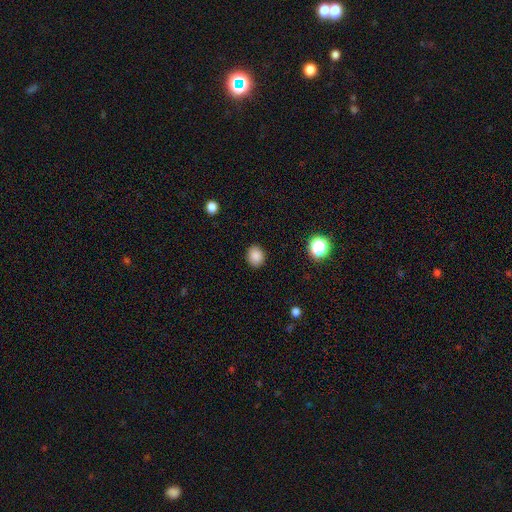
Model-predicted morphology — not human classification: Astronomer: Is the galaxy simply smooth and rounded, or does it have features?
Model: smooth — 86%.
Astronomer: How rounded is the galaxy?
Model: round — 65%.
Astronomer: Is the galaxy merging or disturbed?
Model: none — 88%.